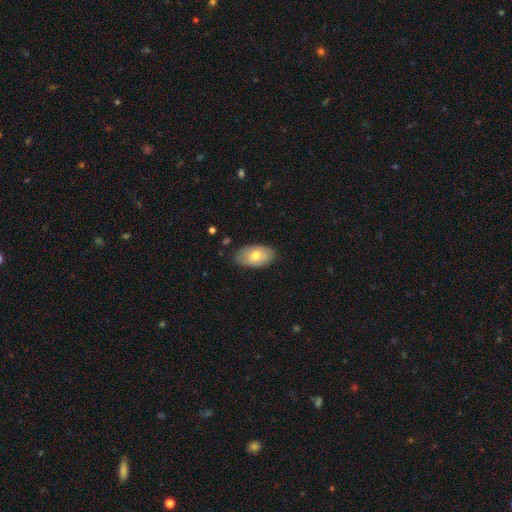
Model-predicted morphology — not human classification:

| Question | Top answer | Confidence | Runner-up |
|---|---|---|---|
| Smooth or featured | smooth | 64% | featured or disk (30%) |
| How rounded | in between | 94% | round (4%) |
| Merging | none | 79% | minor disturbance (17%) |